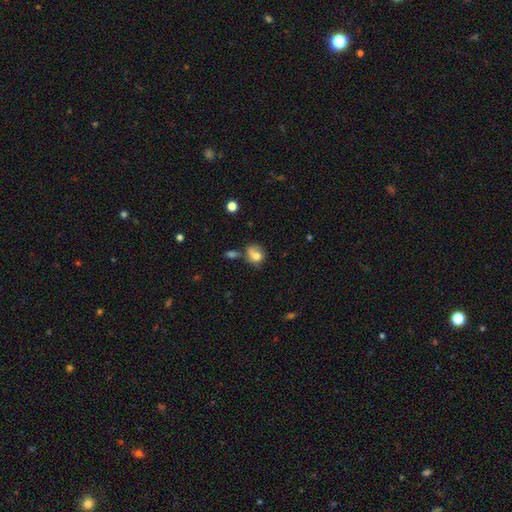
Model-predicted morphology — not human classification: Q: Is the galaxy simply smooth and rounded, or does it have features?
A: smooth — 70%.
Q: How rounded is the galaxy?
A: round — 57%.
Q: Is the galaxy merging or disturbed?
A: none — 37%.